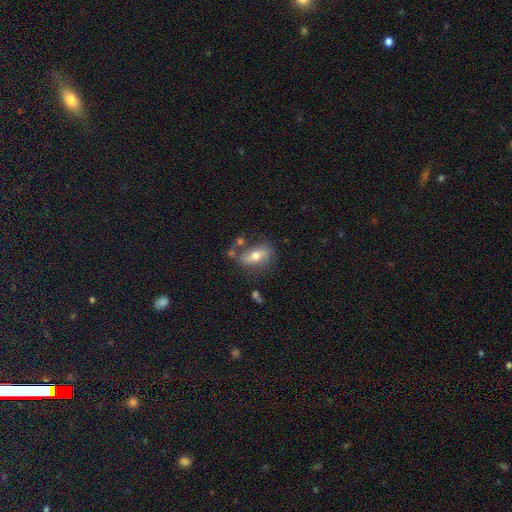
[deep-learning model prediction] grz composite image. It shows a featured or disk galaxy (50%). Merging: none (56%).